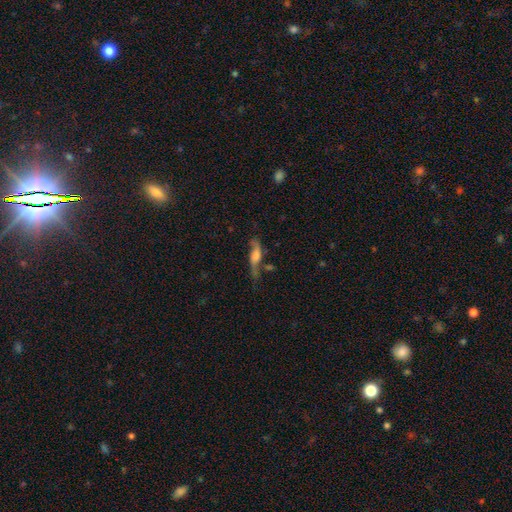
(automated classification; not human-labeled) This appears to be a featured or disk galaxy (56%). Merging: none (47%).